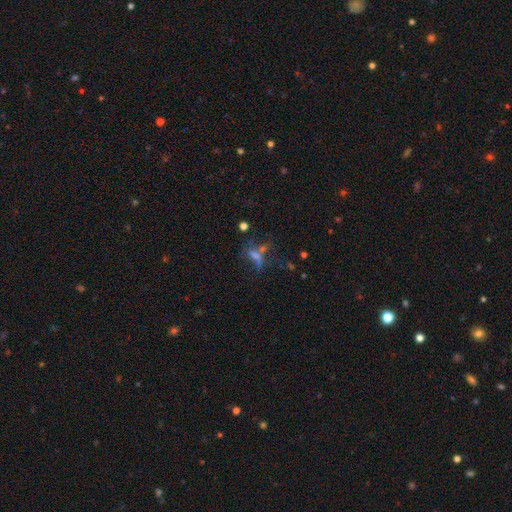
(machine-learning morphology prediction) This is marginally a featured or disk galaxy (36%). Merging: marginally none (35%).